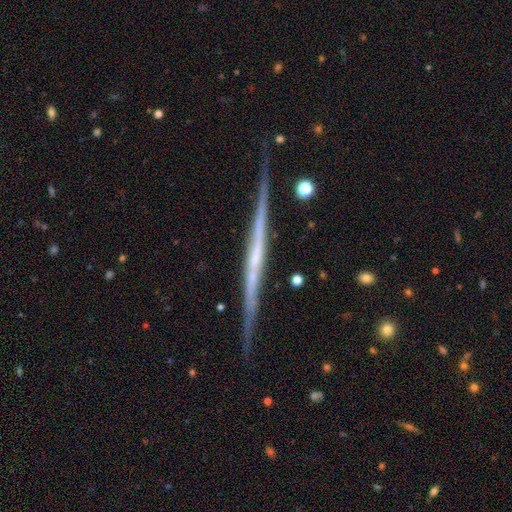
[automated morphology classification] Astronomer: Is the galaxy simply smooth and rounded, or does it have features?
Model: featured or disk — 79%.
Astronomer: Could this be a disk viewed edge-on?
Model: yes — 98%.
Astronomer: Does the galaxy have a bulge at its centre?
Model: none — 76%.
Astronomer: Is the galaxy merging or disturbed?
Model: none — 87%.